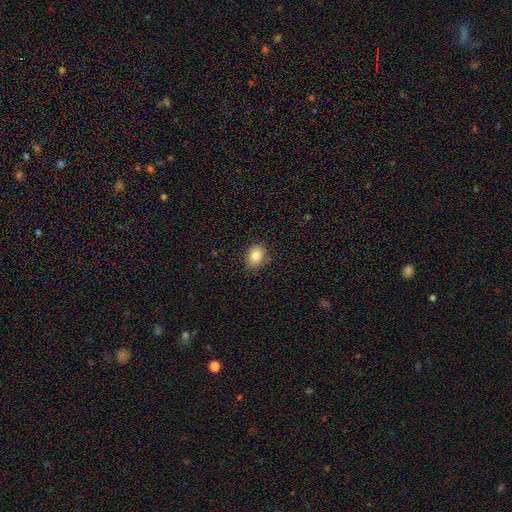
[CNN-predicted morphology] smooth 83%, star or artifact 10%, featured or disk 7%. Down the decision tree: how rounded — in between (53%); merging — none (85%).